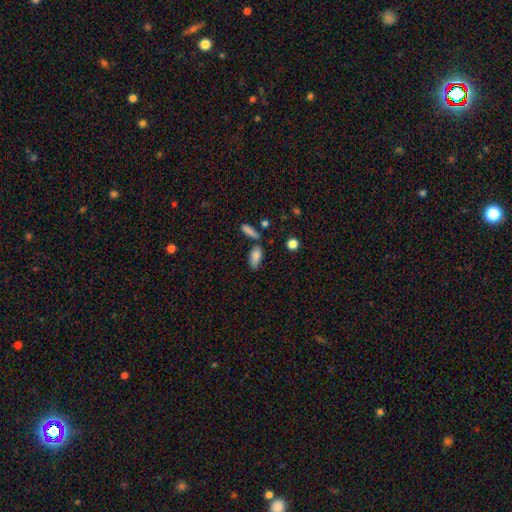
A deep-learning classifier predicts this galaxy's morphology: smooth-or-featured: smooth: 84% | featured or disk: 9% | star or artifact: 8%
  how-rounded: in between: 86% | cigar-shaped: 11% | round: 4%
  merging: none: 61% | minor disturbance: 19% | merger: 14% | major disturbance: 6%